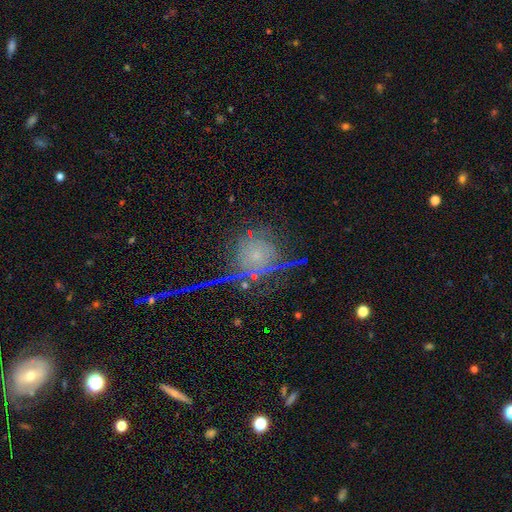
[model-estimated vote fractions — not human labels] featured or disk 51%, smooth 26%, star or artifact 23%. Down the decision tree: edge-on disk — no (81%); merging — none (45%).